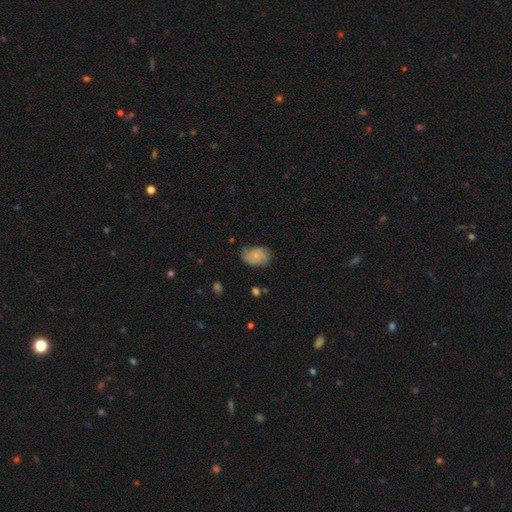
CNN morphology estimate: This appears to be a smooth galaxy with no disk features (68%) that is in between round and cigar-shaped (86%). Merging: none (61%).